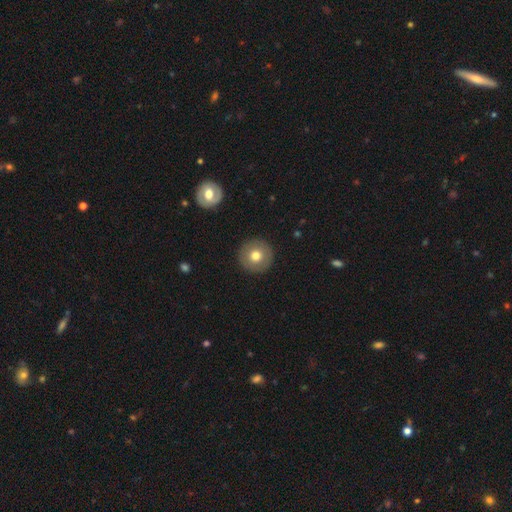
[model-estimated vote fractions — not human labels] Smooth or featured: smooth — 72% (featured or disk — 20%)
How rounded: round — 96% (in between — 3%)
Merging: none — 92% (minor disturbance — 5%)